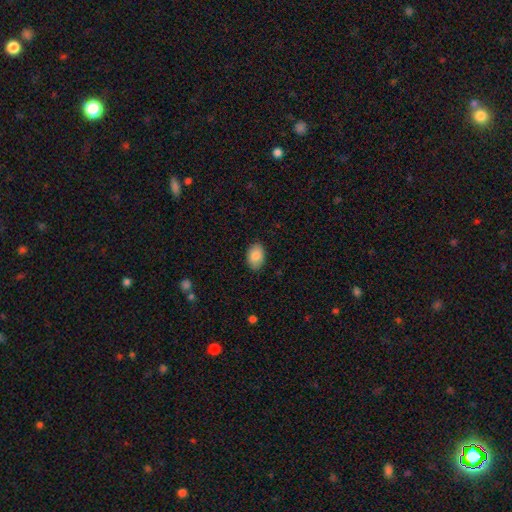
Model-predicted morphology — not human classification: Smooth or featured: smooth — 88% (star or artifact — 7%)
How rounded: in between — 88% (round — 11%)
Merging: none — 86% (minor disturbance — 11%)